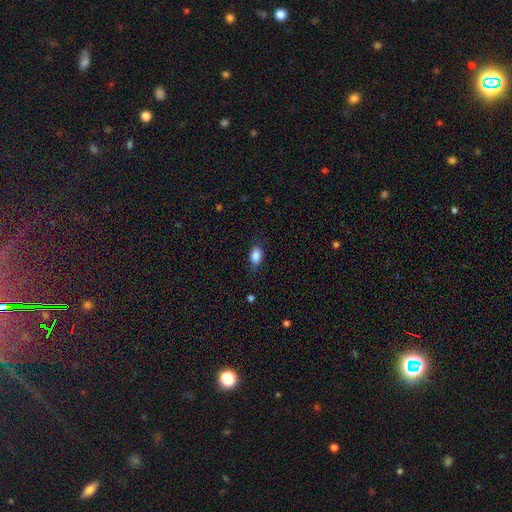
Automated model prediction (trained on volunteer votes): Smooth or featured? Predicted: smooth (p=0.88). How rounded? Predicted: in between (p=0.88). Merging? Predicted: none (p=0.80).